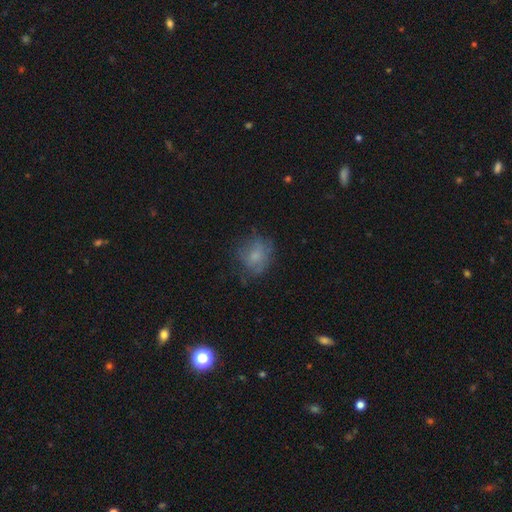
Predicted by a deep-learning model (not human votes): Q: Smooth or featured?
A: smooth (62%); runner-up: featured or disk (25%)
Q: How rounded?
A: round (60%); runner-up: in between (39%)
Q: Merging?
A: none (59%); runner-up: minor disturbance (24%)